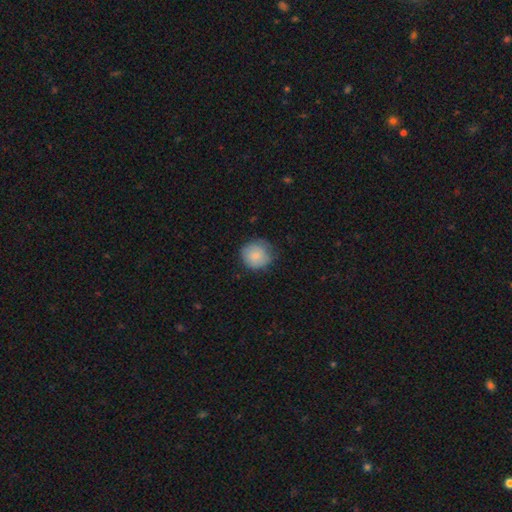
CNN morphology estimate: The model was most divided on "merging": none: 73%, minor disturbance: 22%, major disturbance: 5%, merger: 1%. More confident: how rounded — round (92%); smooth or featured — smooth (83%).